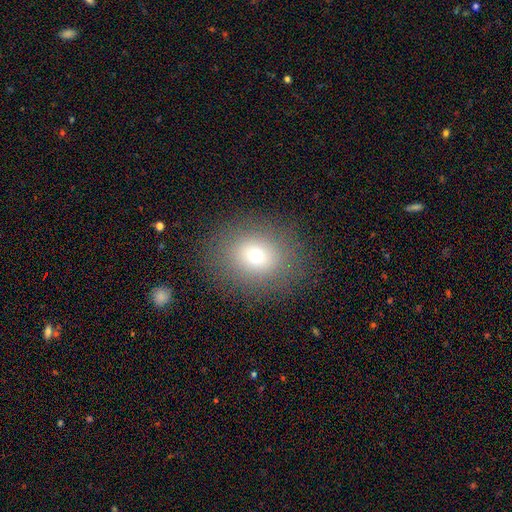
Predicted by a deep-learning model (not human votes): Smooth or featured: smooth — 70% (star or artifact — 16%)
How rounded: round — 67% (in between — 32%)
Merging: none — 86% (minor disturbance — 8%)